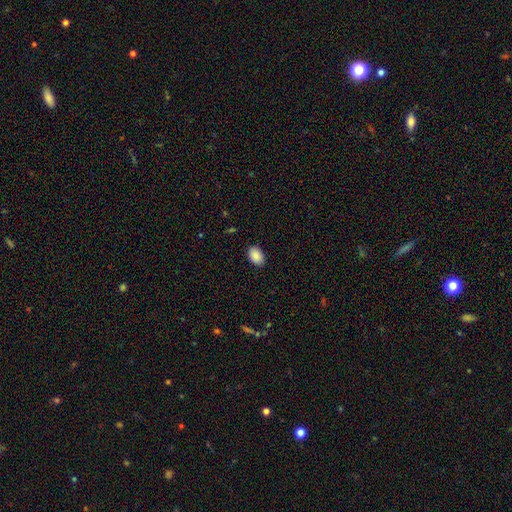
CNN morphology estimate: Overall: smooth (89%). How rounded: in between (86%). Merging: none (88%).